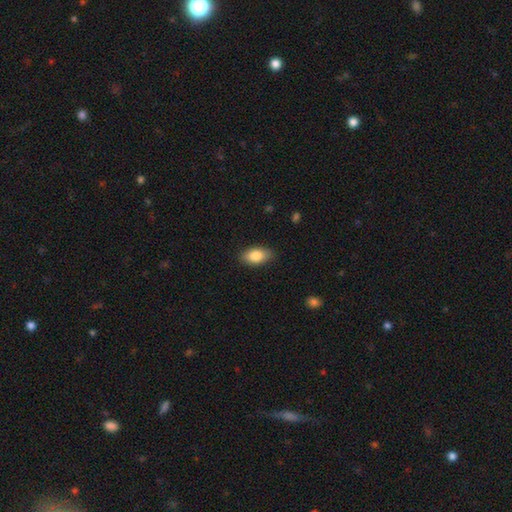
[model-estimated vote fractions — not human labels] A smooth galaxy with no disk features (85%) that is in between round and cigar-shaped (91%).

Vote fractions:
- Smooth or featured? smooth: 85% / featured or disk: 9% / star or artifact: 7%
- How rounded? in between: 91% / round: 5% / cigar-shaped: 4%
- Merging? none: 86% / minor disturbance: 10% / major disturbance: 2% / merger: 1%